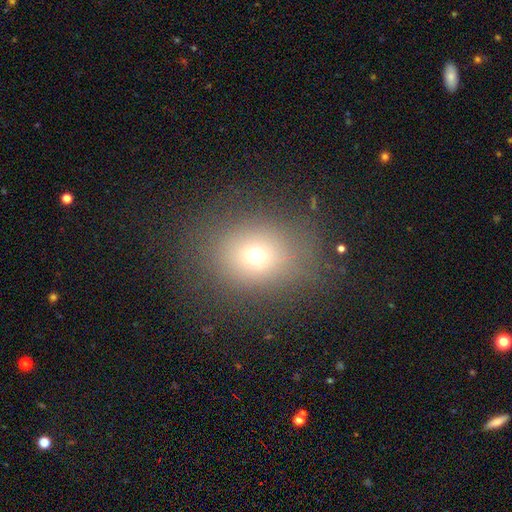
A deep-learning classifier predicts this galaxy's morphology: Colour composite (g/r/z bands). It shows a smooth galaxy with no disk features (65%) that is round (59%). Merging: none (79%).